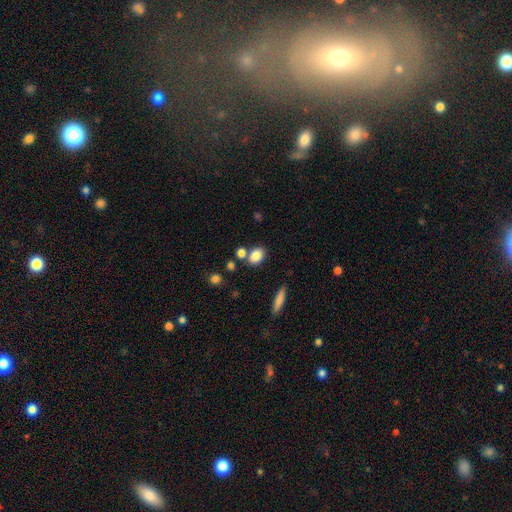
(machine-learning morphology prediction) This appears to be a smooth galaxy with no disk features (84%) that is in between round and cigar-shaped (67%). Merging: none (68%).